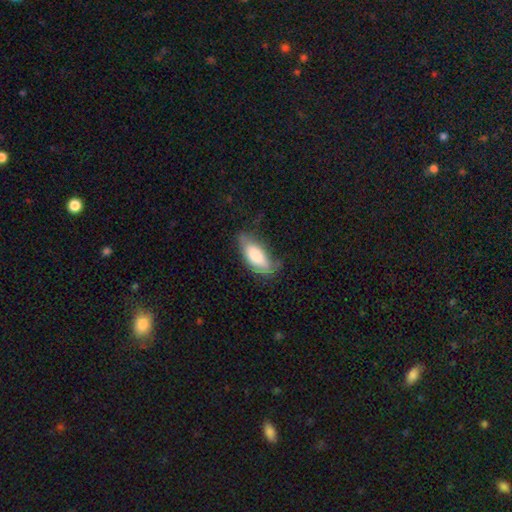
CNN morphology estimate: Smooth or featured?
  - smooth: 78% *
  - featured or disk: 16%
  - star or artifact: 6%
How rounded?
  - in between: 76% *
  - cigar-shaped: 22%
  - round: 2%
Merging?
  - none: 58% *
  - minor disturbance: 31%
  - major disturbance: 9%
  - merger: 2%